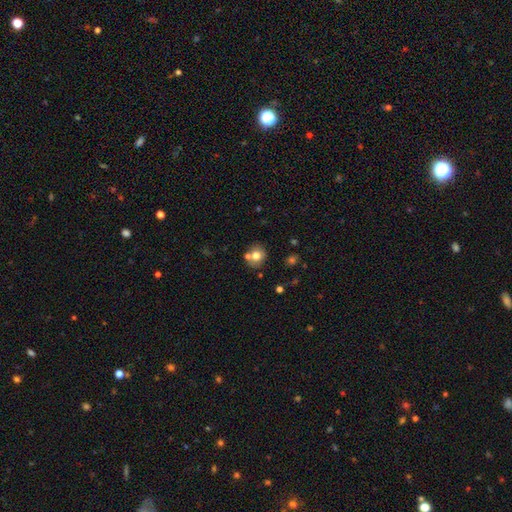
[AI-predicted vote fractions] smooth-or-featured: smooth: 74% | featured or disk: 15% | star or artifact: 11%
  how-rounded: round: 79% | in between: 20% | cigar-shaped: 1%
  merging: none: 64% | merger: 22% | minor disturbance: 11% | major disturbance: 3%